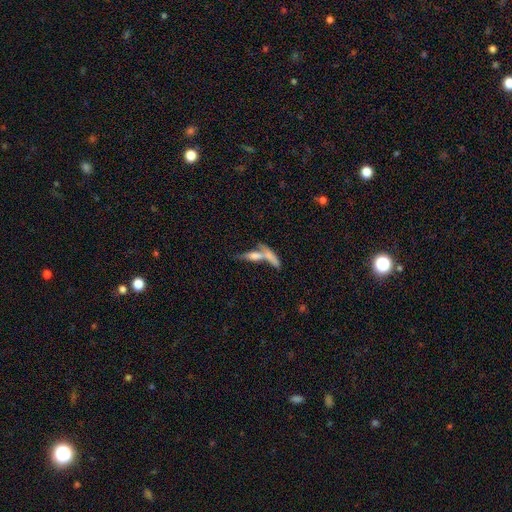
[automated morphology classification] This is possibly a smooth galaxy (46%). Merging: possibly merger (52%).